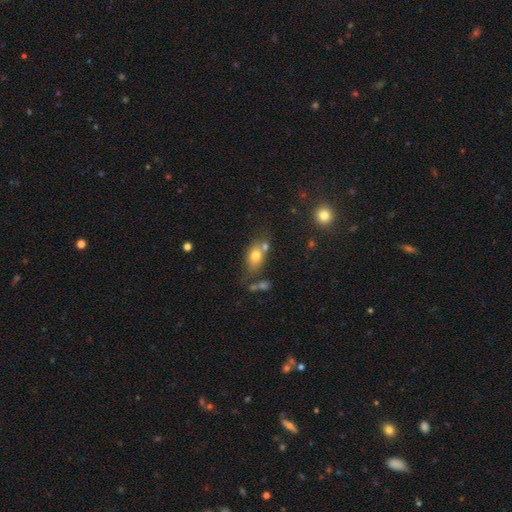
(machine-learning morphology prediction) smooth-or-featured: smooth: 73% | featured or disk: 17% | star or artifact: 10%
  how-rounded: in between: 78% | round: 19% | cigar-shaped: 4%
  merging: none: 51% | merger: 26% | minor disturbance: 17% | major disturbance: 6%